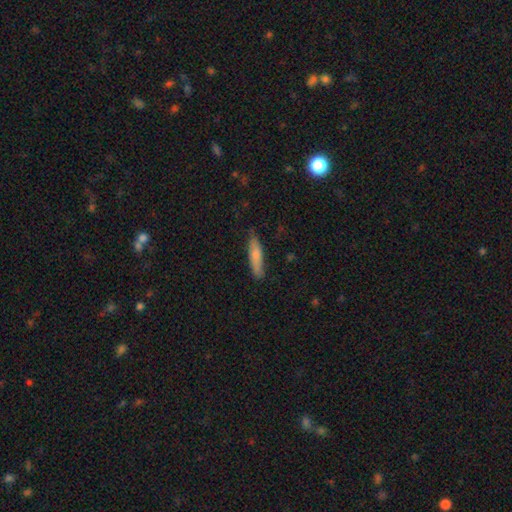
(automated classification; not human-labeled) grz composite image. It shows a smooth galaxy with no disk features (74%) that is cigar-shaped (78%). Merging: none (80%).